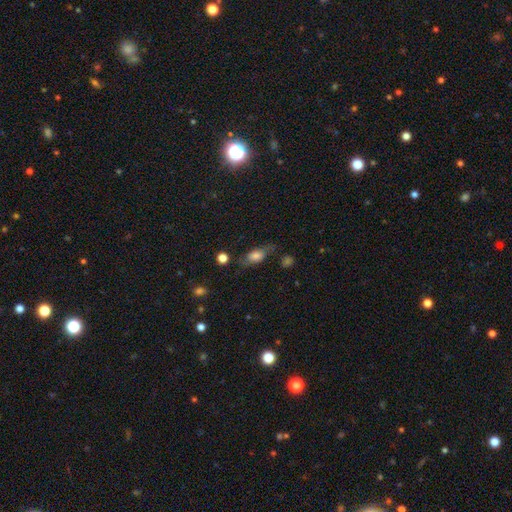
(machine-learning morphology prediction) Overall: smooth (62%; featured or disk 29%). How rounded: in between (77%). Merging: none (59%; minor disturbance 25%).